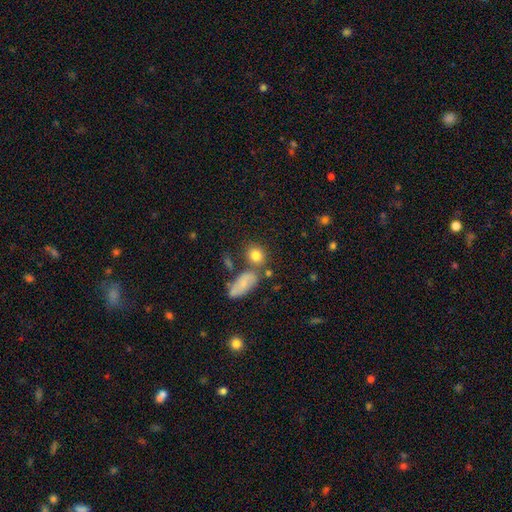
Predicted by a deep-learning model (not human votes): This is clearly a smooth galaxy (81%). How rounded: likely round (62%). Merging: likely none (65%).